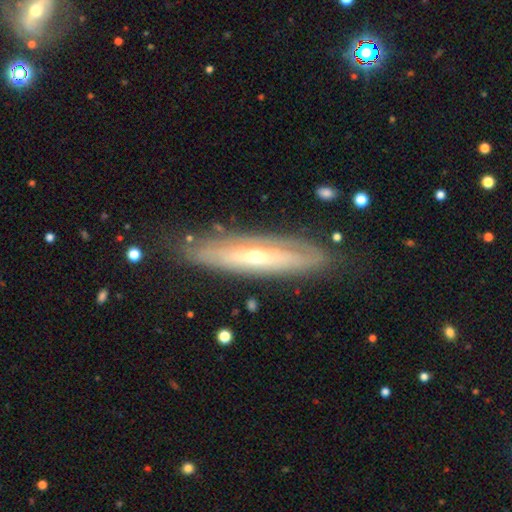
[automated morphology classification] Overall: featured or disk (71%). Edge-on disk: no (50%, tied with yes). Merging: none (79%).